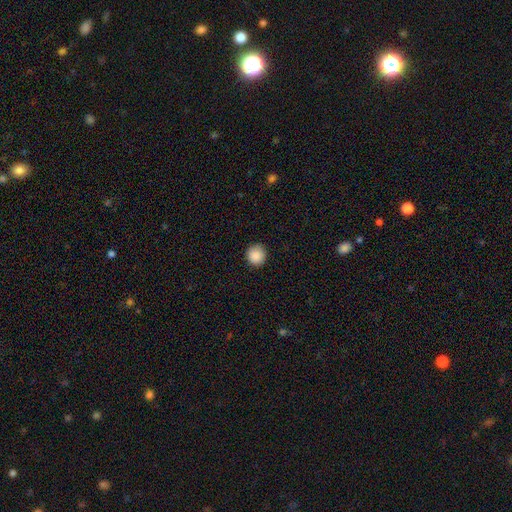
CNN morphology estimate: smooth_or_featured: smooth (p=0.89) [alt: star or artifact p=0.08]
how_rounded: round (p=0.93) [alt: in between p=0.06]
merging: none (p=0.90) [alt: minor disturbance p=0.07]